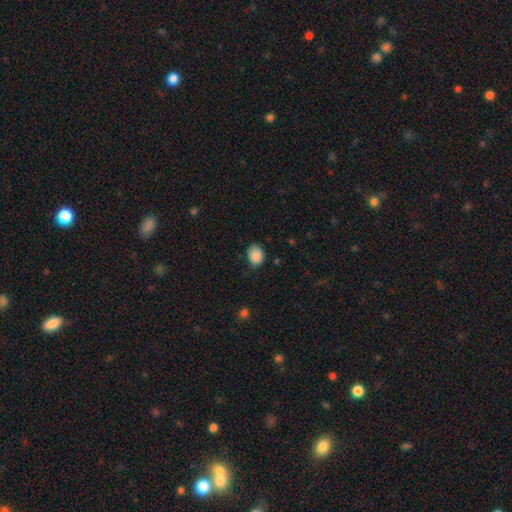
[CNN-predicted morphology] Overall: smooth (88%). How rounded: in between (57%; round 42%). Merging: none (72%).